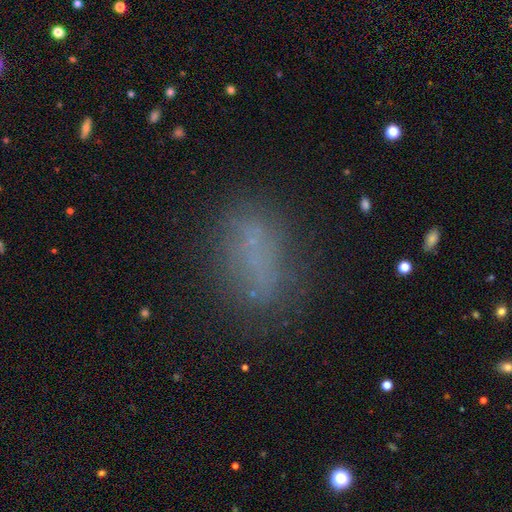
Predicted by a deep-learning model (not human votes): Overall: smooth (65%). How rounded: in between (82%). Merging: none (71%).